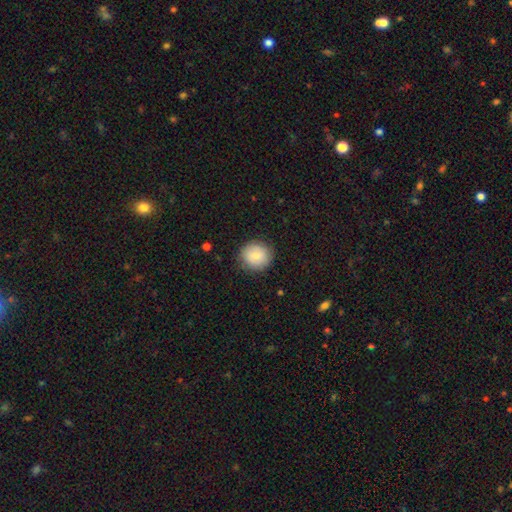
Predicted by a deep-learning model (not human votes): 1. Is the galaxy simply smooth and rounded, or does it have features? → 81% smooth, 11% featured or disk, 8% star or artifact.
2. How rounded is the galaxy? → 89% round, 10% in between, 1% cigar-shaped.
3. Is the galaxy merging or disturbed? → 86% none, 10% minor disturbance, 3% major disturbance, 1% merger.